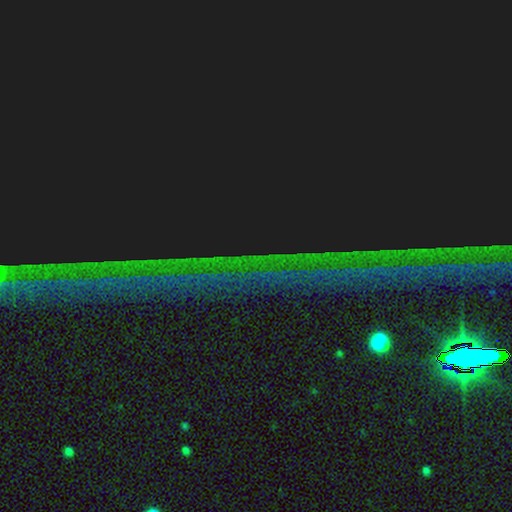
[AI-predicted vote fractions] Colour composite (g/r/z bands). It shows a star or artifact, not a galaxy (88%).